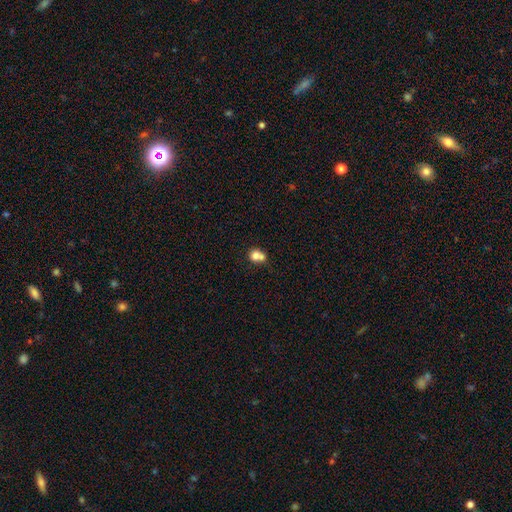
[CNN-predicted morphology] smooth 75%, featured or disk 15%, star or artifact 10%. Down the decision tree: how rounded — round (71%); merging — merger (55%).